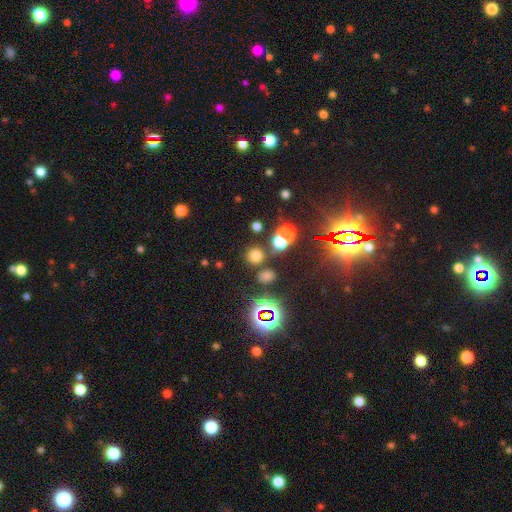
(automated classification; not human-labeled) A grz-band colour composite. It shows a smooth galaxy with no disk features (65%) that is round (88%). Merging: none (73%).